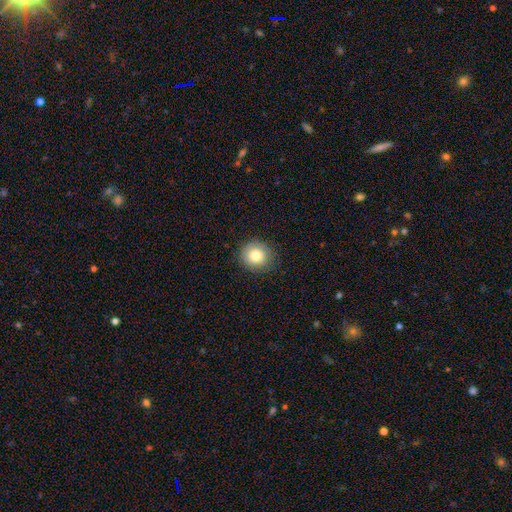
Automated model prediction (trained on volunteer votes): smooth-or-featured: smooth: 79% | featured or disk: 10% | star or artifact: 10%
  how-rounded: round: 89% | in between: 10% | cigar-shaped: 1%
  merging: none: 87% | minor disturbance: 9% | major disturbance: 3% | merger: 1%